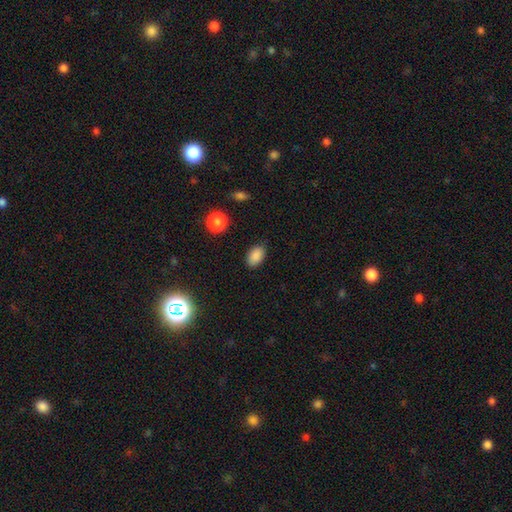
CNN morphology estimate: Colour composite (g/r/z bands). It shows a smooth galaxy with no disk features (87%) that is in between round and cigar-shaped (88%). Merging: none (85%).